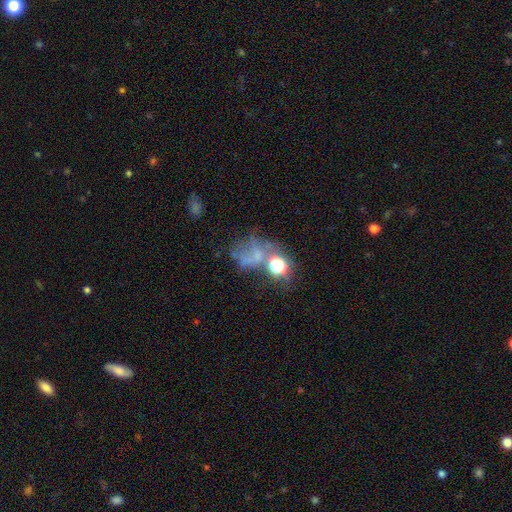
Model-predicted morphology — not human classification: Overall: featured or disk (35%; smooth 34%). Merging: major disturbance (33%; none 29%).